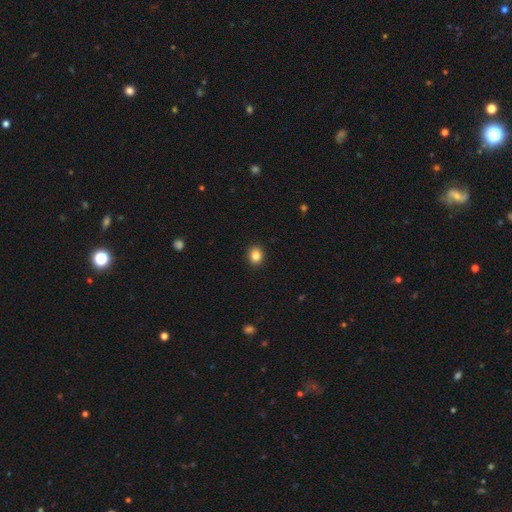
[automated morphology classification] Q: Smooth or featured?
A: smooth (84%); runner-up: star or artifact (10%)
Q: How rounded?
A: round (71%); runner-up: in between (28%)
Q: Merging?
A: none (92%); runner-up: minor disturbance (5%)